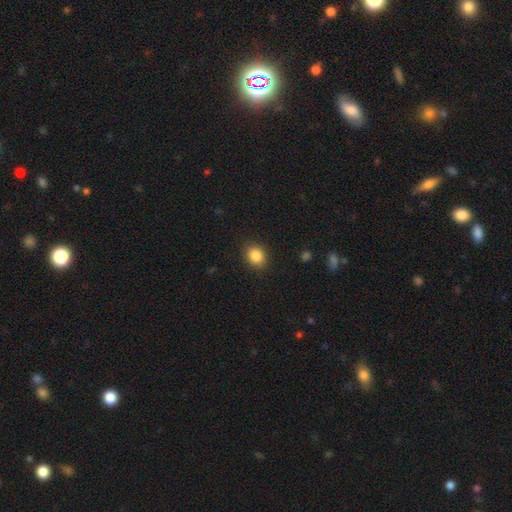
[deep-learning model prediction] smooth_or_featured: smooth (p=0.86) [alt: star or artifact p=0.09]
how_rounded: round (p=0.55) [alt: in between p=0.44]
merging: none (p=0.88) [alt: minor disturbance p=0.08]